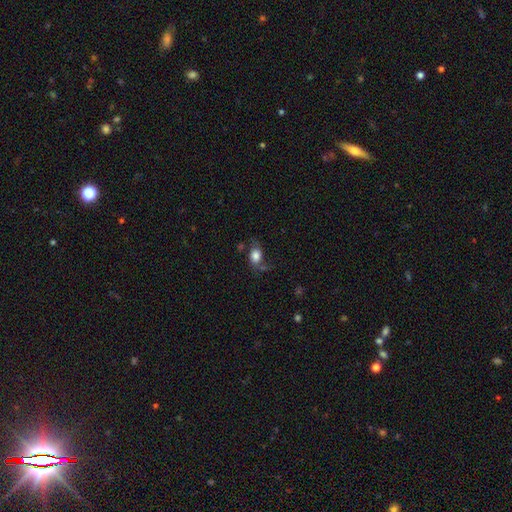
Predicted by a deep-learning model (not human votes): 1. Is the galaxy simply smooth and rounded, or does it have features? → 65% smooth, 24% featured or disk, 10% star or artifact.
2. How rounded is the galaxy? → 65% in between, 33% round, 2% cigar-shaped.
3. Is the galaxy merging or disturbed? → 51% none, 25% minor disturbance, 18% major disturbance, 5% merger.